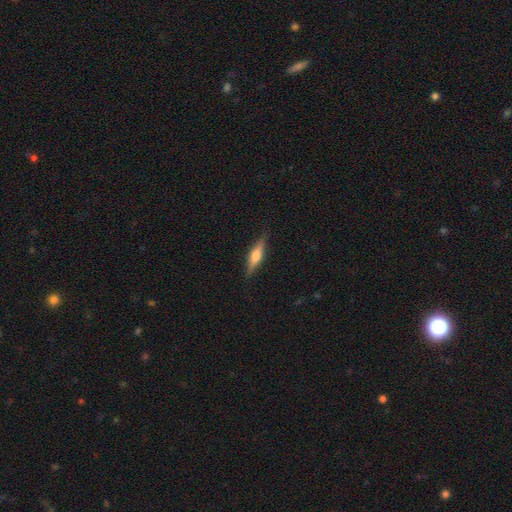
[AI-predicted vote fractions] This appears to be a featured or disk galaxy (58%) viewed edge-on (96%) with a rounded central bulge (88%). Merging: none (87%).